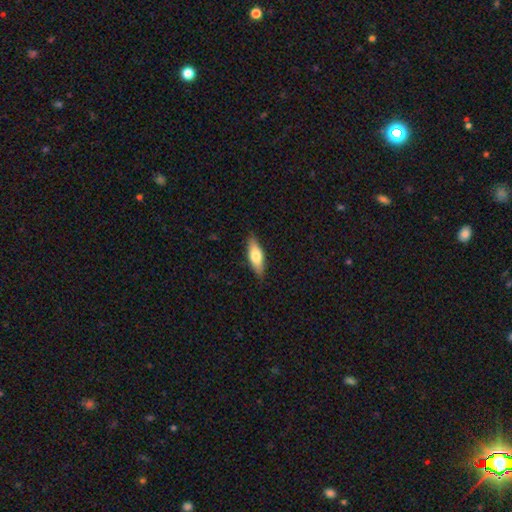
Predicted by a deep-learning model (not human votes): Smooth or featured? Predicted: smooth (p=0.66). How rounded? Predicted: in between (p=0.59). Merging? Predicted: none (p=0.86).